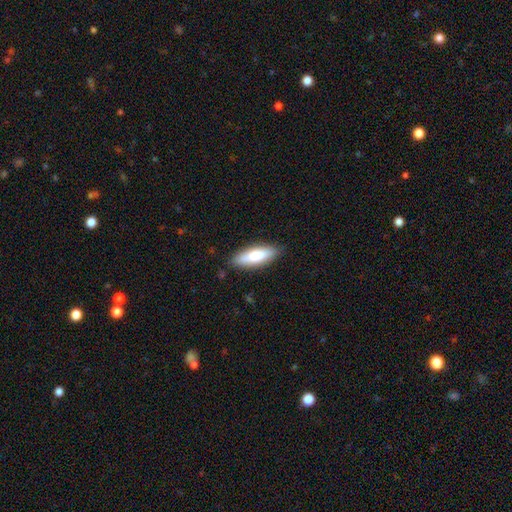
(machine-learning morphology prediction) Smooth or featured?
  - smooth: 76% *
  - featured or disk: 19%
  - star or artifact: 6%
How rounded?
  - in between: 56% *
  - cigar-shaped: 43%
  - round: 2%
Merging?
  - none: 85% *
  - minor disturbance: 11%
  - major disturbance: 2%
  - merger: 1%